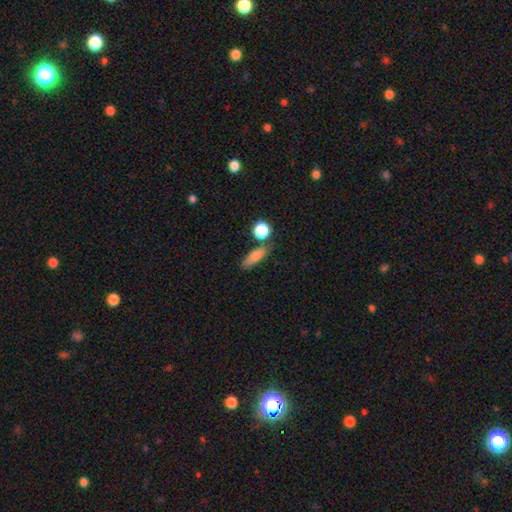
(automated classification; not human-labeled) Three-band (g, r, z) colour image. It shows a smooth galaxy with no disk features (78%) that is in between round and cigar-shaped (51%). Merging: none (66%).